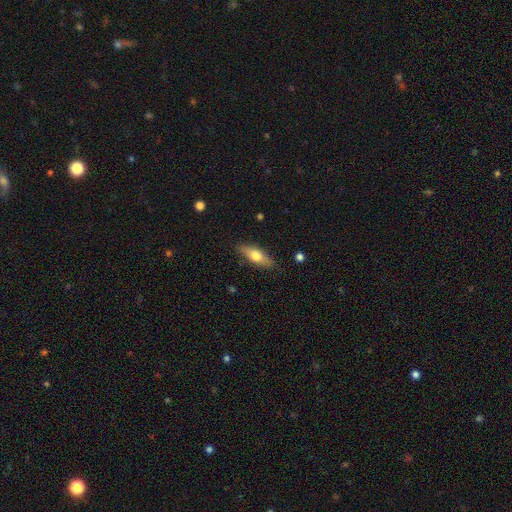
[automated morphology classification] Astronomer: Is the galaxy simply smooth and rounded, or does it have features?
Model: smooth — 62%.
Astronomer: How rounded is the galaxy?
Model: in between — 60% (runner-up: cigar-shaped, 37%).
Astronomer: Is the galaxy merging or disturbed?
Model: none — 84%.